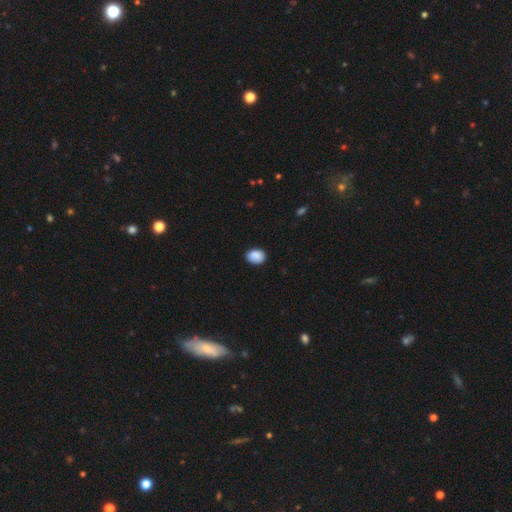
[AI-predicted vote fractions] The model was most divided on "how rounded": in between: 59%, round: 40%, cigar-shaped: 1%. More confident: smooth or featured — smooth (90%); merging — none (86%).